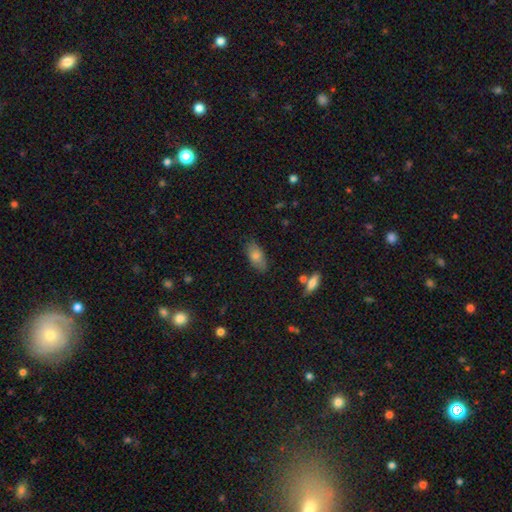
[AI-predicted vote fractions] This appears to be a smooth galaxy with no disk features (76%) that is in between round and cigar-shaped (87%). Merging: none (80%).